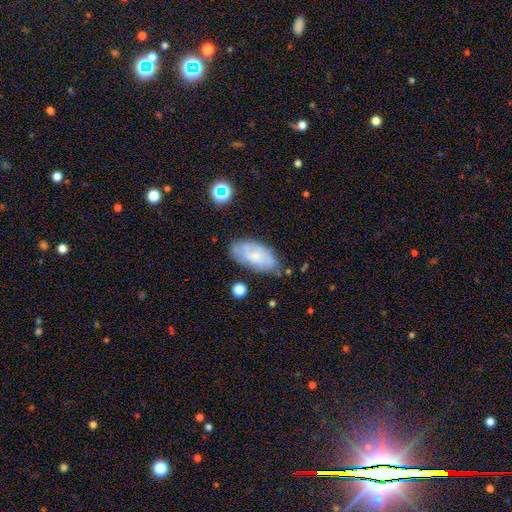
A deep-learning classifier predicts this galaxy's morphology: Q: Smooth or featured?
A: smooth (53%); runner-up: featured or disk (38%)
Q: How rounded?
A: in between (92%); runner-up: cigar-shaped (5%)
Q: Merging?
A: none (65%); runner-up: minor disturbance (24%)